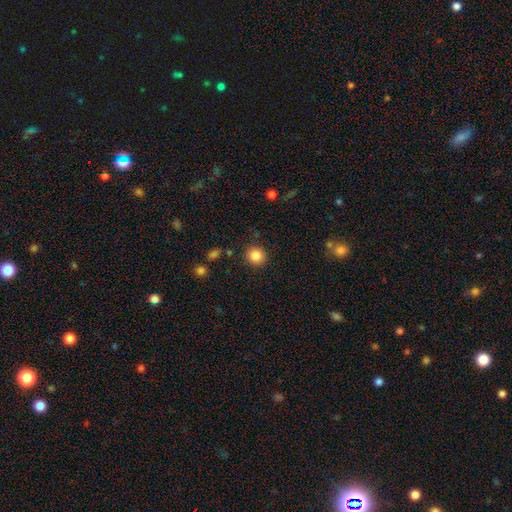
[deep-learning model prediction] Smooth or featured? Predicted: smooth (p=0.86). How rounded? Predicted: round (p=0.90). Merging? Predicted: none (p=0.89).